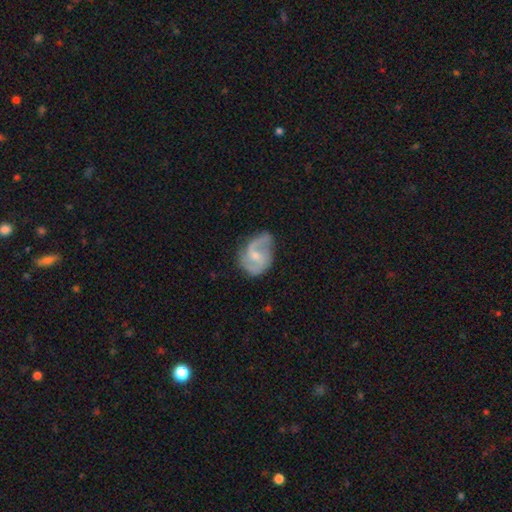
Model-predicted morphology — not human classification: smooth-or-featured: featured or disk: 79% | smooth: 15% | star or artifact: 5%
  disk-edge-on: no: 98% | yes: 2%
    bar: weak: 48% | no: 42% | strong: 10%
    has-spiral-arms: yes: 93% | no: 7%
      spiral-winding: medium: 47% | loose: 38% | tight: 15%
      spiral-arm-count: 2: 80% | 1: 9% | can't tell: 6% | 3: 3% | 4: 1% | more than 4: 1%
    bulge-size: small: 53% | moderate: 40% | none: 5% | large: 2% | dominant: 1%
  merging: none: 54% | minor disturbance: 29% | major disturbance: 14% | merger: 2%